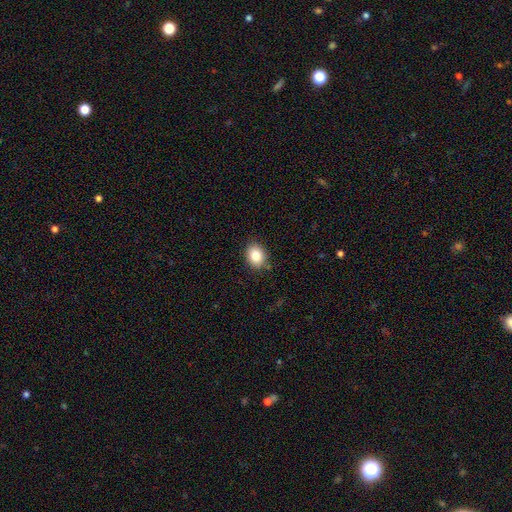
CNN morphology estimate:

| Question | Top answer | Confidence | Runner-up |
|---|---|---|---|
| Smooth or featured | smooth | 84% | star or artifact (9%) |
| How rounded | in between | 59% | round (40%) |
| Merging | none | 85% | minor disturbance (10%) |